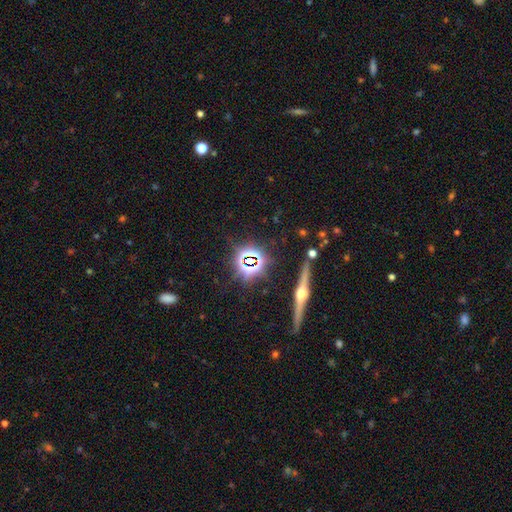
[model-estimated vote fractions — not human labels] This appears to be a star or artifact, not a galaxy (64%).